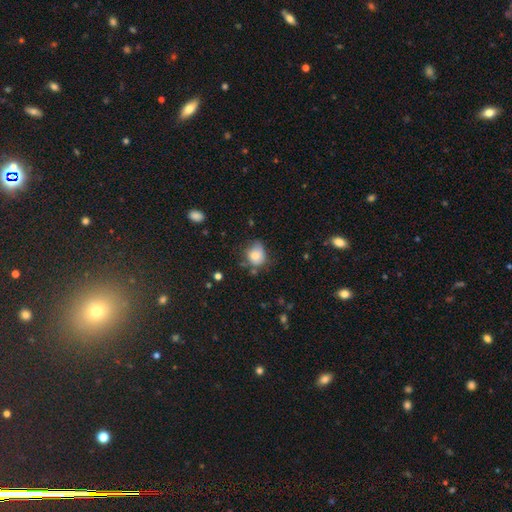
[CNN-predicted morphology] smooth_or_featured: smooth (p=0.76) [alt: featured or disk p=0.14]
how_rounded: round (p=0.60) [alt: in between p=0.39]
merging: none (p=0.49) [alt: minor disturbance p=0.35]